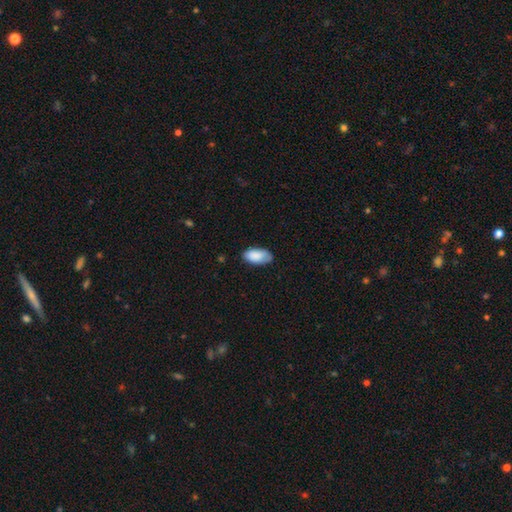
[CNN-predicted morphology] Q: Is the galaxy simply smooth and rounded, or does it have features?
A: smooth — 86%.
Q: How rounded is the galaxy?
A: in between — 95%.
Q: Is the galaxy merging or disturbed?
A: none — 71%.